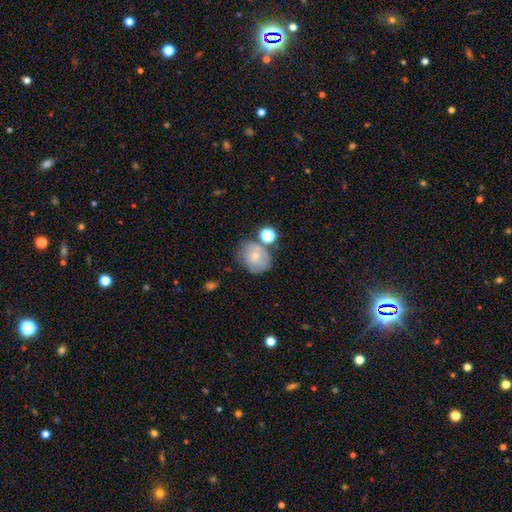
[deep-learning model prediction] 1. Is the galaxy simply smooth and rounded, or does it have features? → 64% smooth, 25% featured or disk, 11% star or artifact.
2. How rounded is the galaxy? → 64% round, 35% in between, 1% cigar-shaped.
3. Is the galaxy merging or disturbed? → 49% none, 23% minor disturbance, 19% merger, 10% major disturbance.